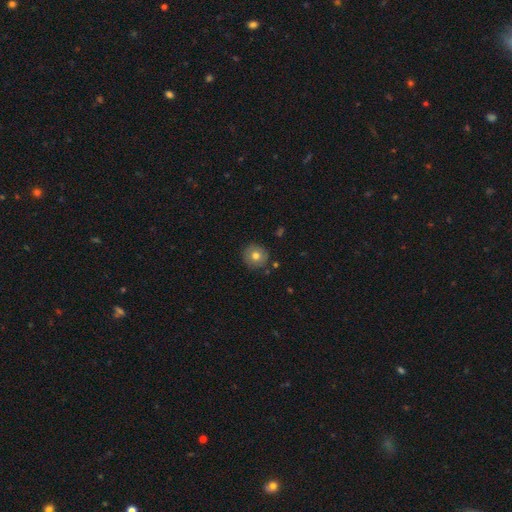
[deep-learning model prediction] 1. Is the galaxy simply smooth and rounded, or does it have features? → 75% smooth, 15% featured or disk, 10% star or artifact.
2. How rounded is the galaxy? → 92% round, 7% in between, 1% cigar-shaped.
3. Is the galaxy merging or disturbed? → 87% none, 9% minor disturbance, 2% major disturbance, 2% merger.